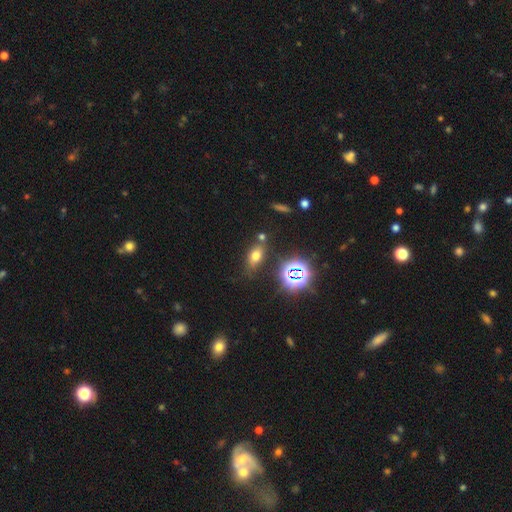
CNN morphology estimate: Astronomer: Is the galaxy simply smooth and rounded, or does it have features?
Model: smooth — 60%.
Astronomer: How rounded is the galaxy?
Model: in between — 73%.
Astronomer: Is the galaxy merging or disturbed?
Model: none — 71%.